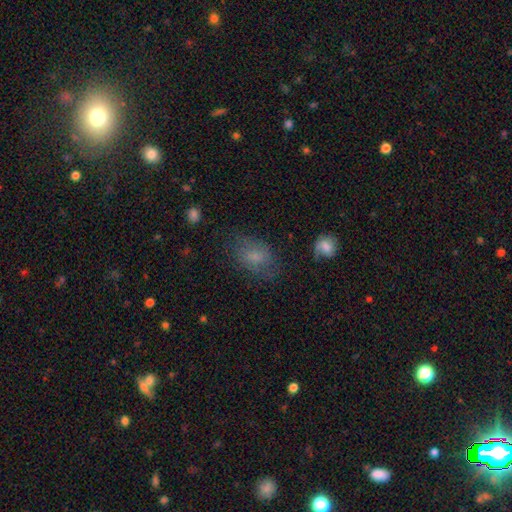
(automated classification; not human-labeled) This appears to be a smooth galaxy with no disk features (57%) that is in between round and cigar-shaped (76%). Merging: none (71%).